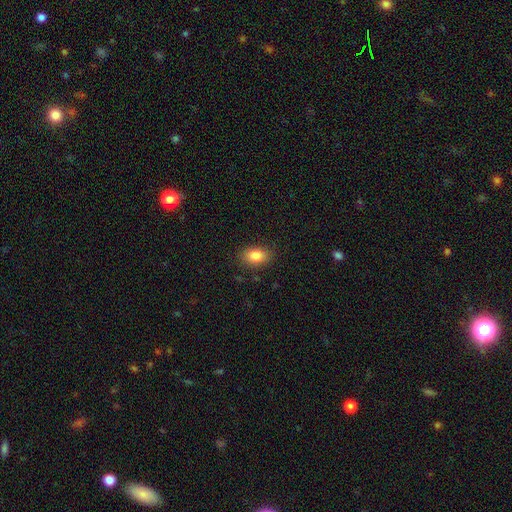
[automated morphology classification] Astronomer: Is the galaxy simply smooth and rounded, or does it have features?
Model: smooth — 84%.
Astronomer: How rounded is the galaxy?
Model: in between — 86%.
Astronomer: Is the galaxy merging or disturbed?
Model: none — 87%.